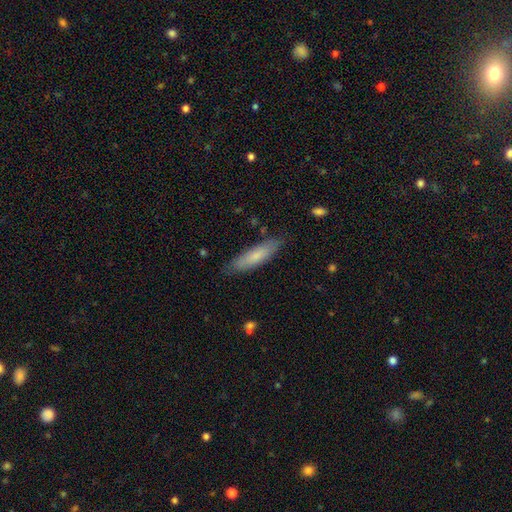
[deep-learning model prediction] The model was most divided on "how rounded": cigar-shaped: 68%, in between: 31%, round: 1%. More confident: merging — none (81%); smooth or featured — smooth (73%).